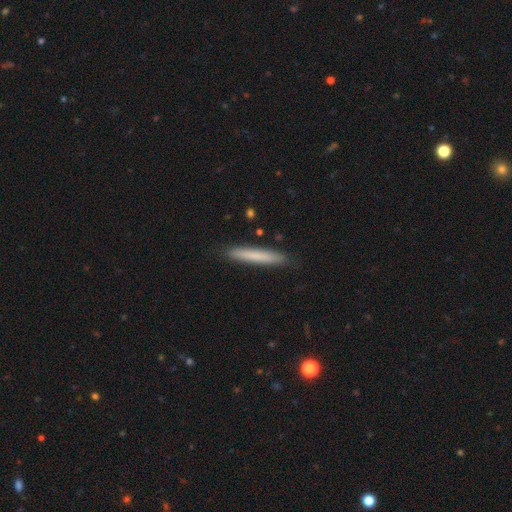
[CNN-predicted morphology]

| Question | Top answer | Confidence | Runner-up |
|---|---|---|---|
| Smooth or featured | smooth | 73% | featured or disk (21%) |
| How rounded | cigar-shaped | 96% | in between (3%) |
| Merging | none | 89% | minor disturbance (8%) |